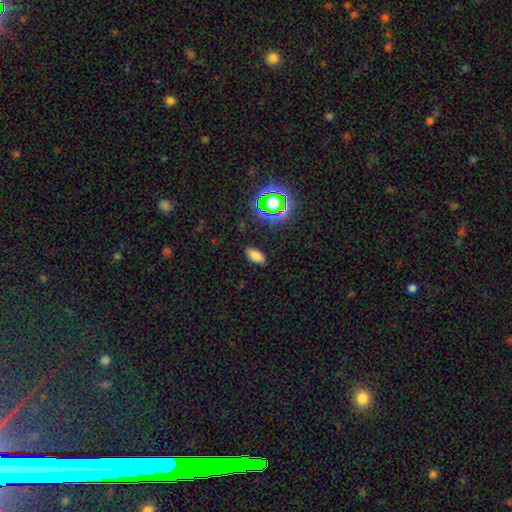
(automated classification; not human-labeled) Q: Smooth or featured?
A: smooth (74%); runner-up: star or artifact (18%)
Q: How rounded?
A: in between (88%); runner-up: cigar-shaped (8%)
Q: Merging?
A: none (86%); runner-up: minor disturbance (10%)